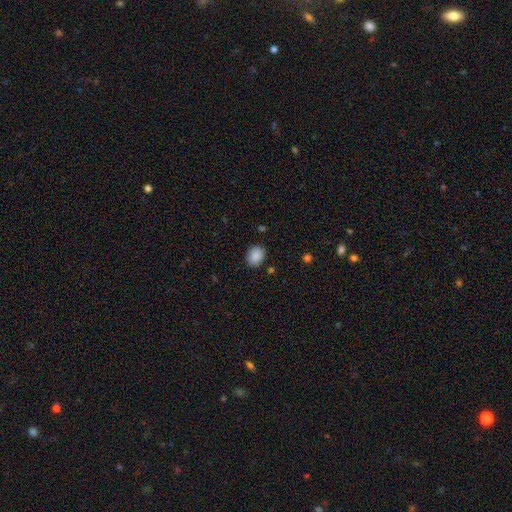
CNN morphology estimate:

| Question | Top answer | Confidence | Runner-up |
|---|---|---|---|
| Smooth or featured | smooth | 89% | star or artifact (8%) |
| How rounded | in between | 59% | round (41%) |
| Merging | none | 84% | minor disturbance (12%) |